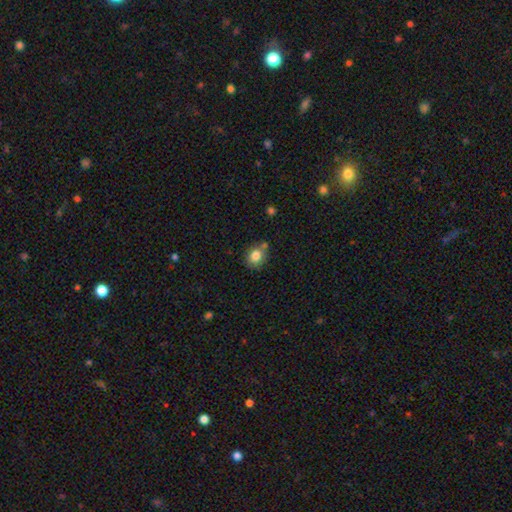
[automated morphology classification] Overall: smooth (82%). How rounded: round (62%; in between 37%). Merging: none (66%).